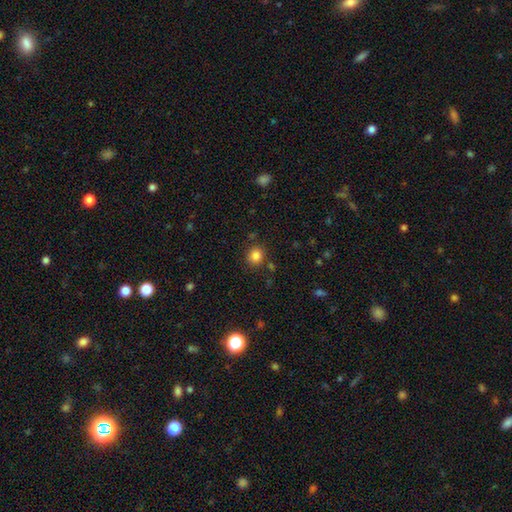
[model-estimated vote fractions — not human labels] A smooth galaxy with no disk features (84%) that is round (78%). Merging: none (84%).